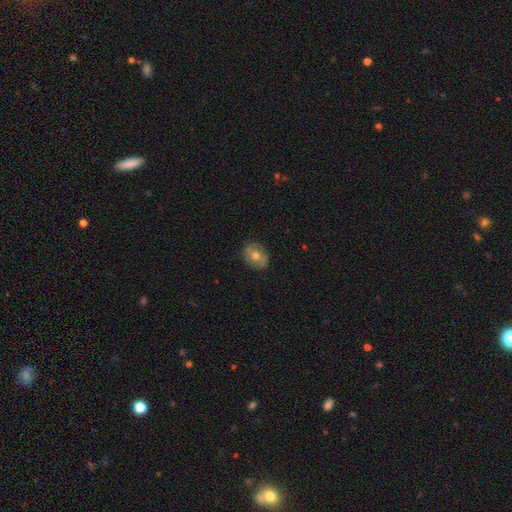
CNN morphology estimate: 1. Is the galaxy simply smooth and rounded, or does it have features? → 53% smooth, 38% featured or disk, 8% star or artifact.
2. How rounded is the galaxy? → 55% round, 44% in between, 1% cigar-shaped.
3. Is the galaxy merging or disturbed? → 84% none, 12% minor disturbance, 3% major disturbance, 1% merger.